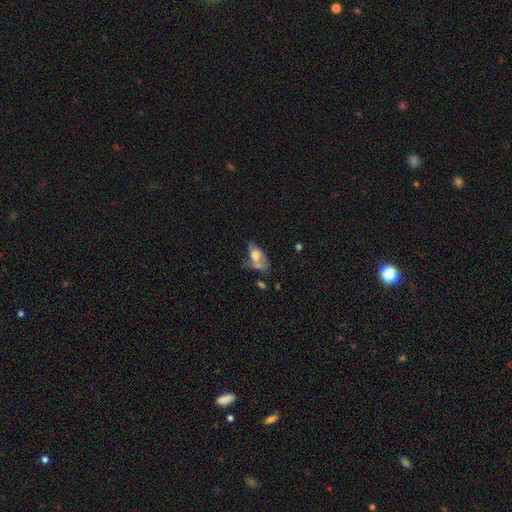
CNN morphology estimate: Smooth or featured? smooth (54%)
How rounded? in between (86%)
Merging? merger (31%)